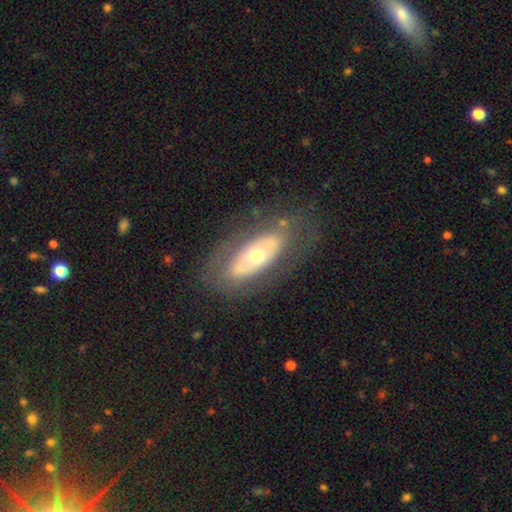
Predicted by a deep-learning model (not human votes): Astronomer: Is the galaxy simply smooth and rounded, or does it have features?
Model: featured or disk — 57% (runner-up: smooth, 37%).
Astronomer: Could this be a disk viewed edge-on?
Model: no — 85%.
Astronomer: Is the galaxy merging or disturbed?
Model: none — 74%.